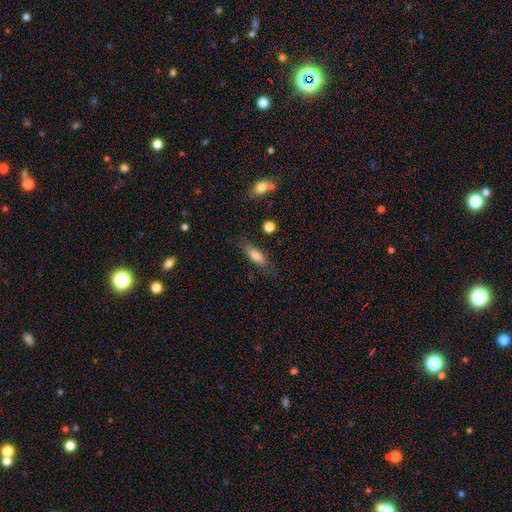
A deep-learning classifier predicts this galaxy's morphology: A smooth galaxy with no disk features (78%) that is in between round and cigar-shaped (57%). Merging: none (77%).